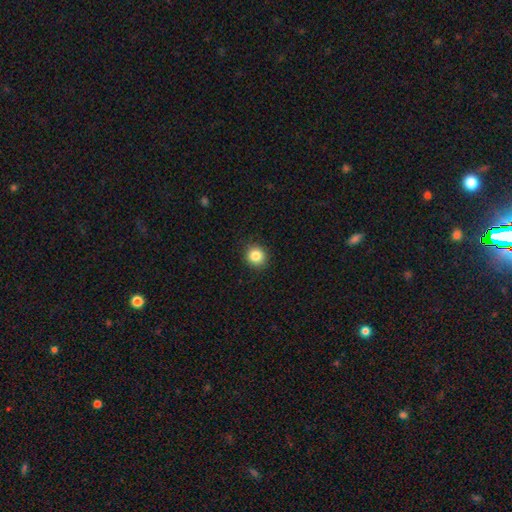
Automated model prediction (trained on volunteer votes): The model was most divided on "smooth or featured": smooth: 86%, star or artifact: 10%, featured or disk: 4%. More confident: merging — none (91%); how rounded — round (90%).